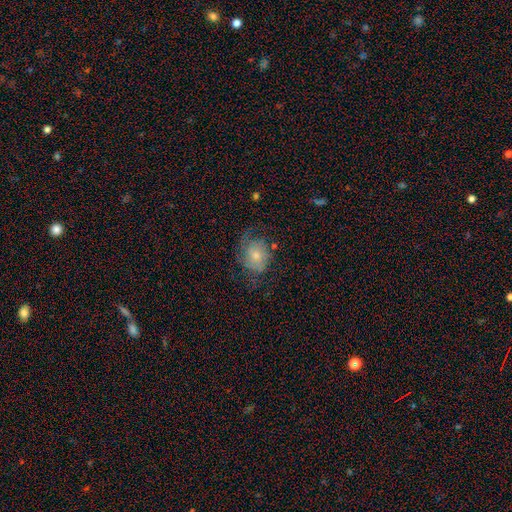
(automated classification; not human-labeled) featured or disk 46% (tied), smooth 46% (tied), star or artifact 9%. Down the decision tree: merging — none (48%).